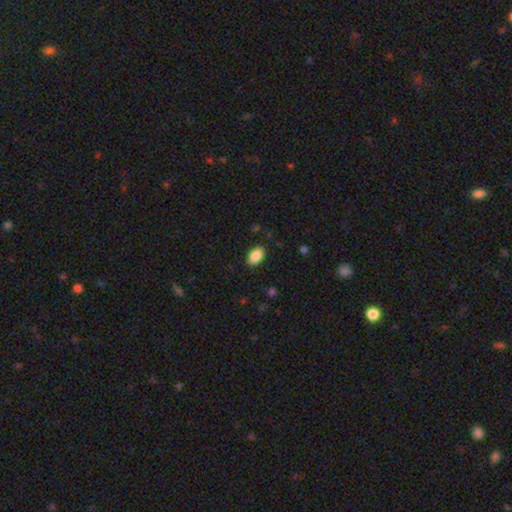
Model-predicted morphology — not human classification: smooth-or-featured: smooth: 88% | star or artifact: 7% | featured or disk: 5%
  how-rounded: in between: 90% | round: 9% | cigar-shaped: 1%
  merging: none: 87% | minor disturbance: 10% | major disturbance: 2% | merger: 1%